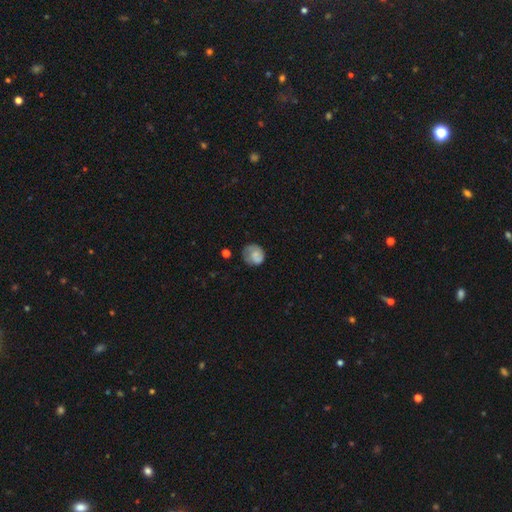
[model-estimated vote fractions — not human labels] Smooth or featured?
  - smooth: 61% *
  - featured or disk: 31%
  - star or artifact: 8%
How rounded?
  - round: 75% *
  - in between: 24%
  - cigar-shaped: 1%
Merging?
  - none: 52% *
  - minor disturbance: 29%
  - major disturbance: 16%
  - merger: 3%